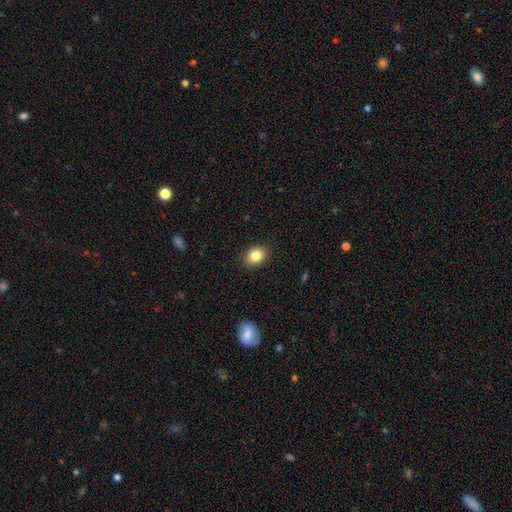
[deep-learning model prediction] smooth-or-featured: smooth: 84% | star or artifact: 9% | featured or disk: 7%
  how-rounded: in between: 53% | round: 46% | cigar-shaped: 1%
  merging: none: 89% | minor disturbance: 8% | major disturbance: 2% | merger: 1%